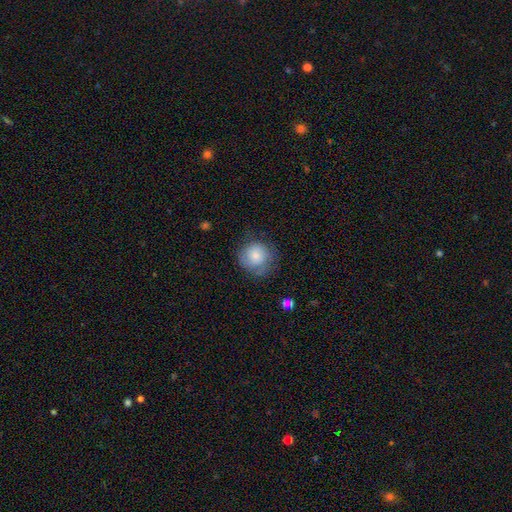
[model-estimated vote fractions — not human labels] Smooth or featured? smooth (76%)
How rounded? round (89%)
Merging? none (66%)